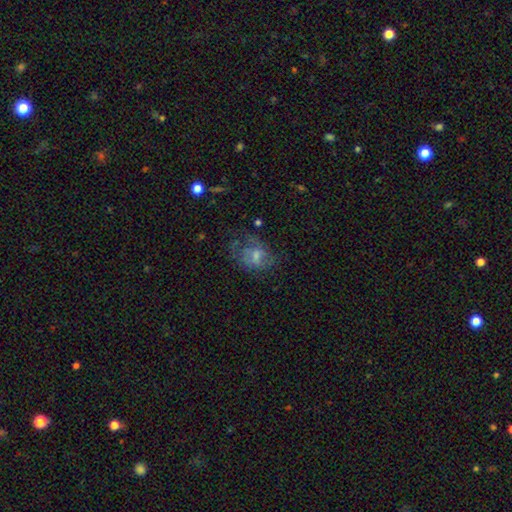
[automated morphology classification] smooth-or-featured: featured or disk: 49% | smooth: 39% | star or artifact: 11%
  merging: none: 40% | major disturbance: 33% | minor disturbance: 24% | merger: 3%